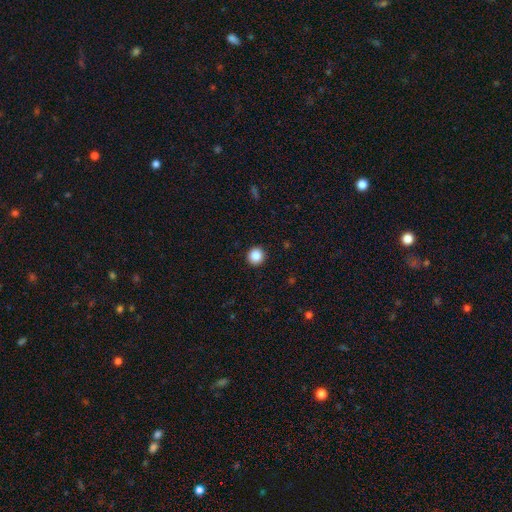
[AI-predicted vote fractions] Smooth or featured? Predicted: smooth (p=0.87). How rounded? Predicted: round (p=0.94). Merging? Predicted: none (p=0.93).